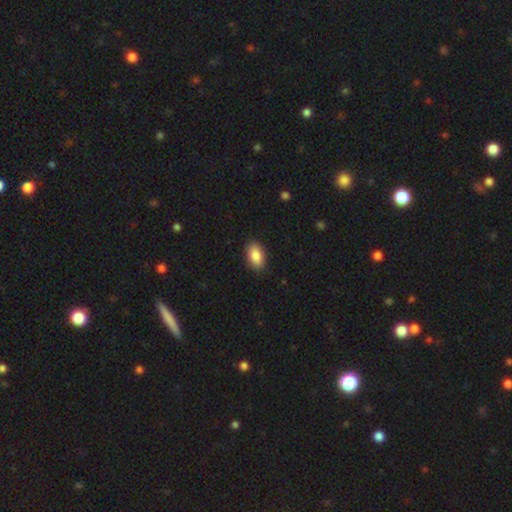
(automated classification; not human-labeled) Overall: smooth (87%). How rounded: in between (93%). Merging: none (89%).